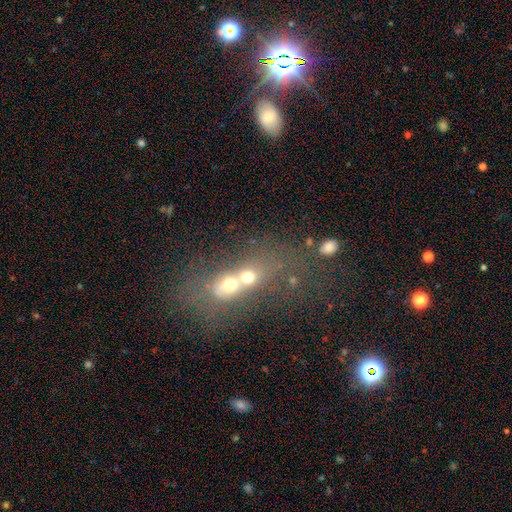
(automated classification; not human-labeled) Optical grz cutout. It shows a smooth galaxy with no disk features (45%). Merging: merger (70%).